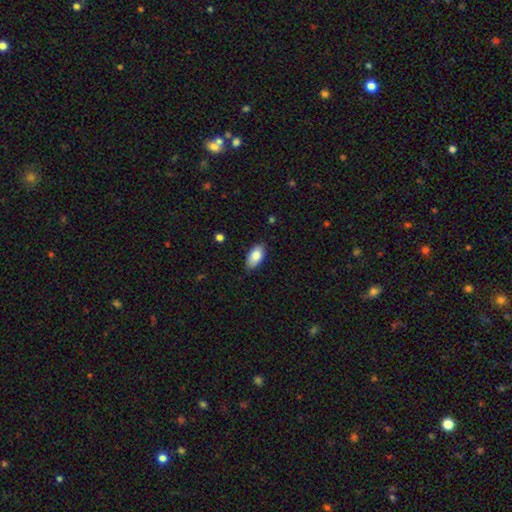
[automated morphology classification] This is clearly a smooth galaxy (86%). How rounded: clearly in between (94%). Merging: clearly none (82%).